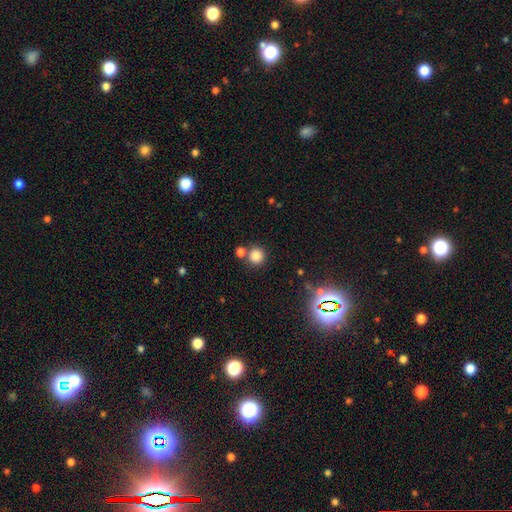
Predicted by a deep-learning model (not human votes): smooth-or-featured: smooth: 82% | star or artifact: 13% | featured or disk: 5%
  how-rounded: round: 92% | in between: 7% | cigar-shaped: 1%
  merging: none: 70% | merger: 18% | minor disturbance: 8% | major disturbance: 3%